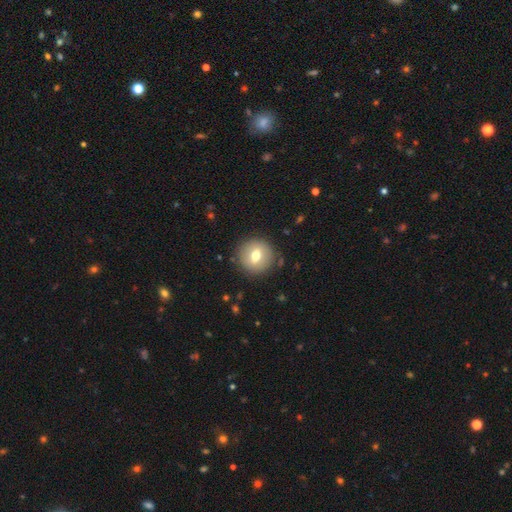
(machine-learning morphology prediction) Smooth or featured? smooth (66%)
How rounded? round (92%)
Merging? none (88%)